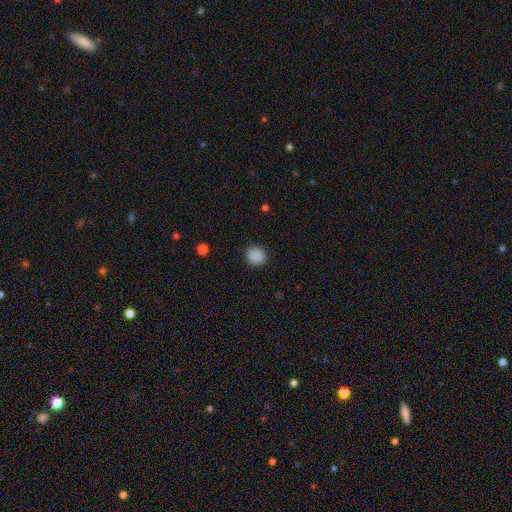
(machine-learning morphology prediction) A smooth galaxy with no disk features (88%) that is round (85%). Merging: none (90%).